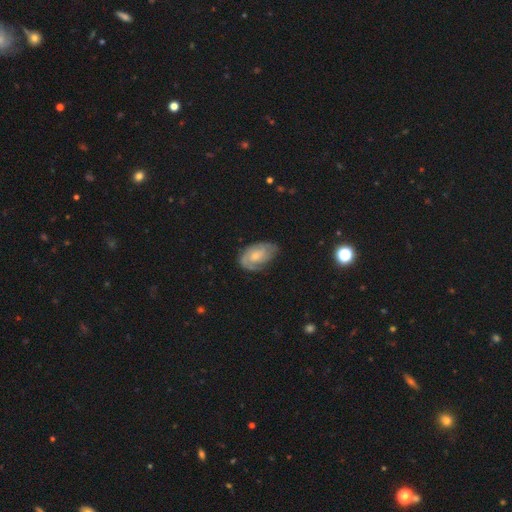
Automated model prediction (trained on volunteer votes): smooth_or_featured: featured or disk (p=0.67) [alt: smooth p=0.27]
disk_edge_on: no (p=0.96) [alt: yes p=0.04]
bar: no (p=0.66) [alt: weak p=0.30]
has_spiral_arms: yes (p=0.89) [alt: no p=0.11]
spiral_winding: tight (p=0.51) [alt: medium p=0.36]
spiral_arm_count: 2 (p=0.50) [alt: can't tell p=0.26]
bulge_size: small (p=0.52) [alt: moderate p=0.38]
merging: none (p=0.65) [alt: minor disturbance p=0.25]